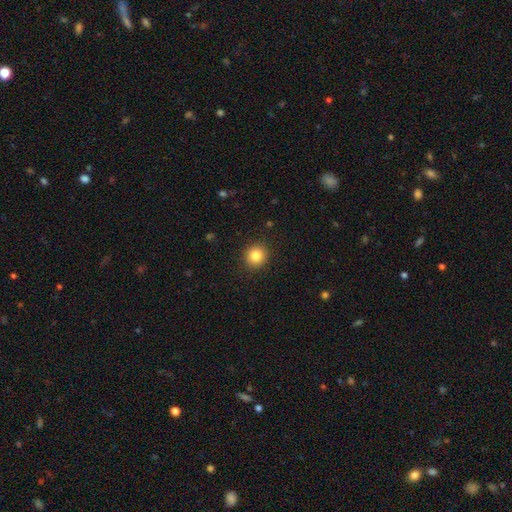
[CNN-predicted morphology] Overall: smooth (83%). How rounded: round (92%). Merging: none (91%).